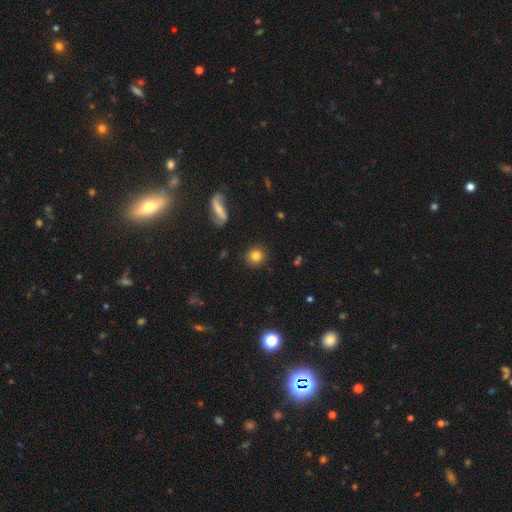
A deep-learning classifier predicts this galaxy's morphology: Q: Smooth or featured?
A: smooth (81%); runner-up: star or artifact (11%)
Q: How rounded?
A: round (90%); runner-up: in between (8%)
Q: Merging?
A: none (90%); runner-up: minor disturbance (7%)